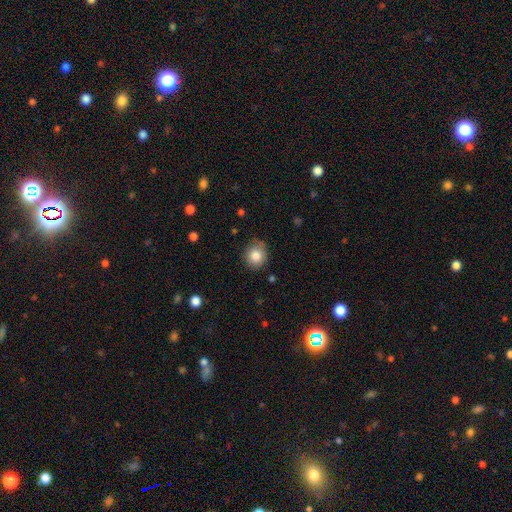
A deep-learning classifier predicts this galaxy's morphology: This is clearly a smooth galaxy (83%). How rounded: clearly round (82%). Merging: likely none (79%).